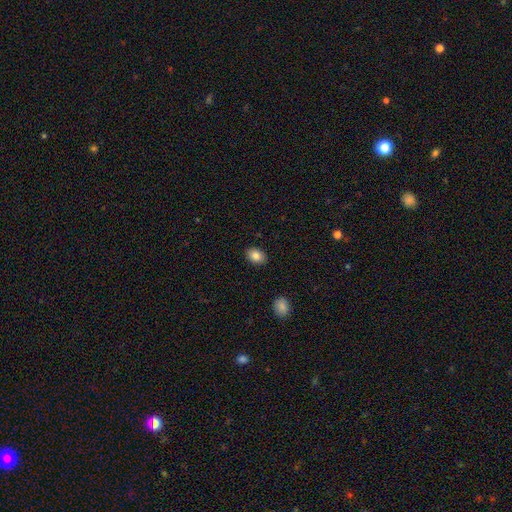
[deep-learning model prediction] Smooth or featured? Predicted: smooth (p=0.85). How rounded? Predicted: in between (p=0.78). Merging? Predicted: none (p=0.89).